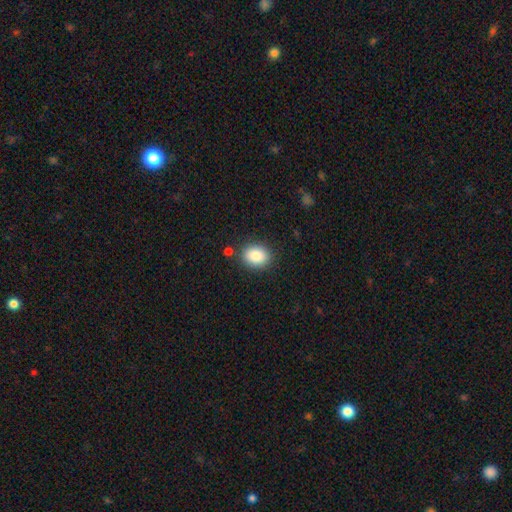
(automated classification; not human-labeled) smooth_or_featured: smooth (p=0.86) [alt: star or artifact p=0.08]
how_rounded: in between (p=0.57) [alt: round p=0.42]
merging: none (p=0.85) [alt: minor disturbance p=0.10]